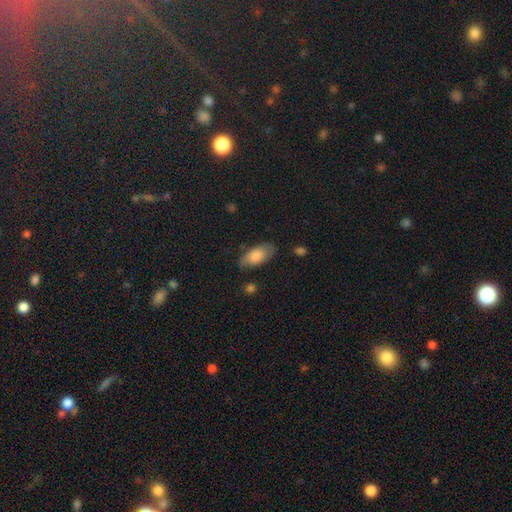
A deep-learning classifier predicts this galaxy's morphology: Smooth or featured: smooth — 79% (featured or disk — 14%)
How rounded: in between — 90% (cigar-shaped — 7%)
Merging: none — 71% (minor disturbance — 21%)